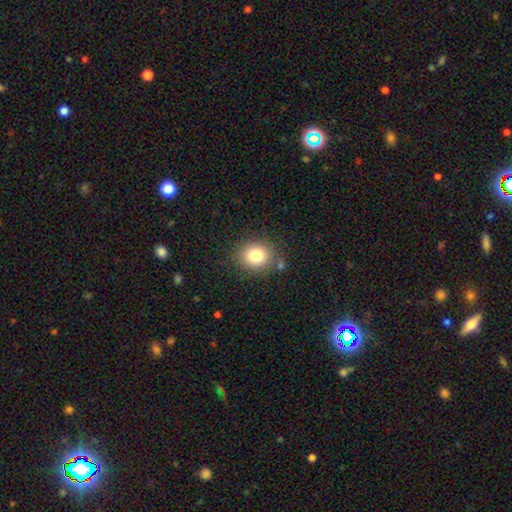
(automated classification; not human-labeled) Q: Smooth or featured?
A: smooth (80%); runner-up: star or artifact (11%)
Q: How rounded?
A: round (74%); runner-up: in between (25%)
Q: Merging?
A: none (82%); runner-up: minor disturbance (11%)